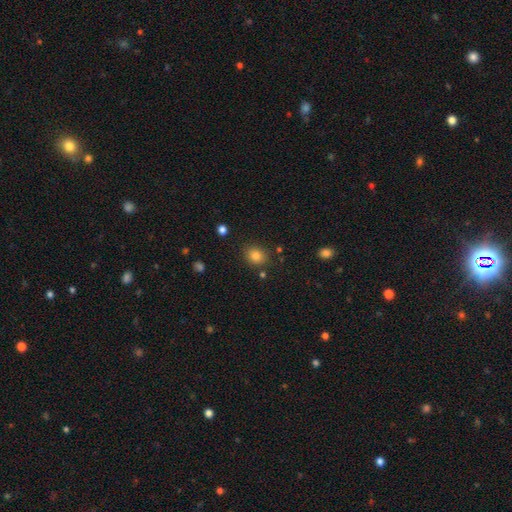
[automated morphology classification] Overall: smooth (82%). How rounded: round (64%; in between 35%). Merging: none (82%).